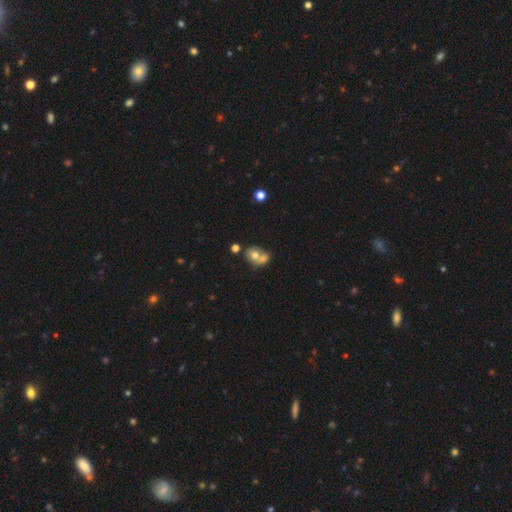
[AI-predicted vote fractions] A smooth galaxy with no disk features (65%) that is round (54%).

Vote fractions:
- Smooth or featured? smooth: 65% / featured or disk: 25% / star or artifact: 10%
- How rounded? round: 54% / in between: 45% / cigar-shaped: 1%
- Merging? merger: 59% / none: 27% / minor disturbance: 9% / major disturbance: 5%